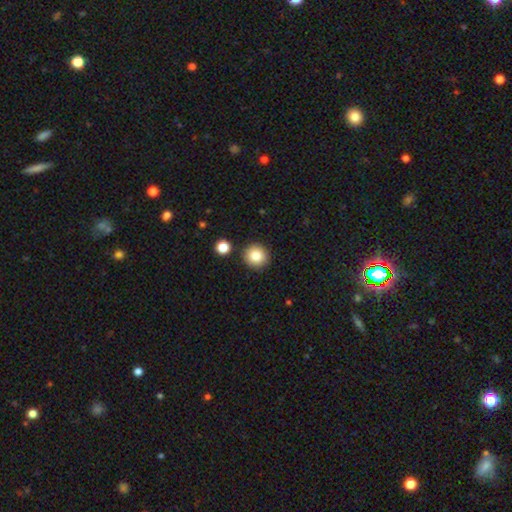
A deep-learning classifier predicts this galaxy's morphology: A smooth galaxy with no disk features (85%) that is round (91%). Merging: none (88%).